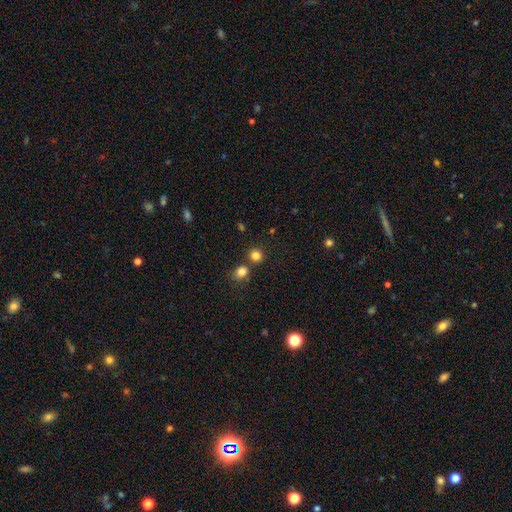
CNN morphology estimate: A smooth galaxy with no disk features (82%) that is round (88%).

Vote fractions:
- Smooth or featured? smooth: 82% / star or artifact: 13% / featured or disk: 5%
- How rounded? round: 88% / in between: 11% / cigar-shaped: 1%
- Merging? none: 72% / merger: 18% / minor disturbance: 7% / major disturbance: 3%